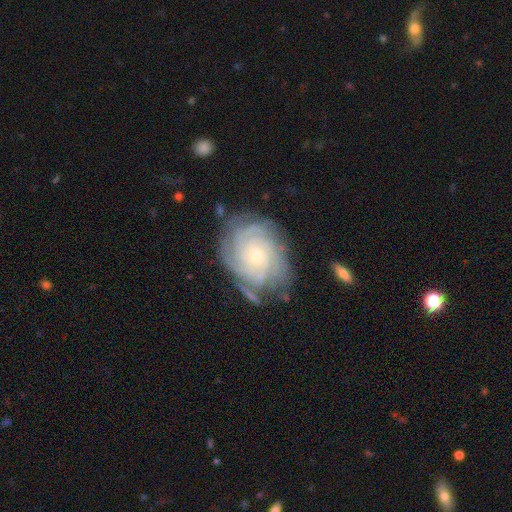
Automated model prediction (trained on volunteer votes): Smooth or featured?
  - featured or disk: 85% *
  - smooth: 9%
  - star or artifact: 6%
Edge-on disk?
  - no: 97% *
  - yes: 3%
Bar?
  - no: 78% *
  - weak: 18%
  - strong: 4%
Spiral arms?
  - yes: 97% *
  - no: 3%
Spiral winding?
  - tight: 78% *
  - medium: 18%
  - loose: 3%
Spiral arm count?
  - 4: 30% *
  - can't tell: 27%
  - more than 4: 15%
  - 3: 14%
  - 2: 8%
  - 1: 6%
Bulge size?
  - small: 77% *
  - moderate: 19%
  - none: 2%
  - large: 1%
  - dominant: 1%
Merging?
  - none: 69% *
  - minor disturbance: 20%
  - major disturbance: 7%
  - merger: 3%